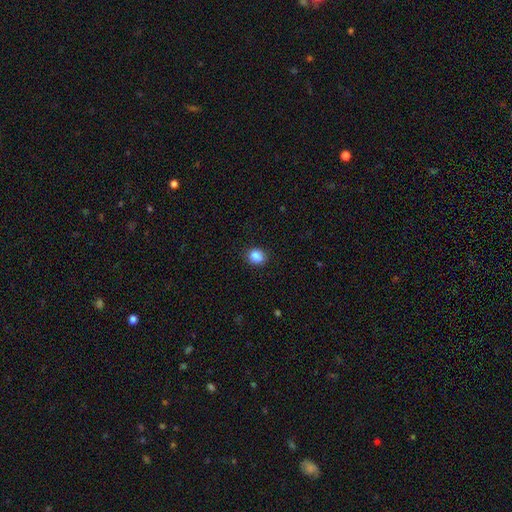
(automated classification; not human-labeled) Smooth or featured? Predicted: smooth (p=0.86). How rounded? Predicted: round (p=0.64). Merging? Predicted: none (p=0.81).